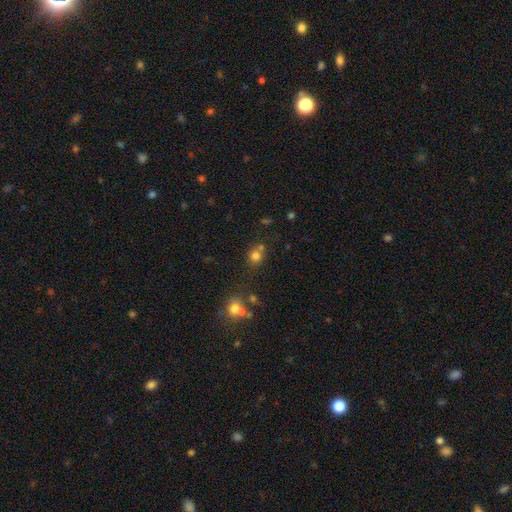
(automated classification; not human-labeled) Smooth or featured?
  - smooth: 75% *
  - star or artifact: 16%
  - featured or disk: 9%
How rounded?
  - round: 82% *
  - in between: 17%
  - cigar-shaped: 1%
Merging?
  - none: 58% *
  - merger: 26%
  - minor disturbance: 11%
  - major disturbance: 5%